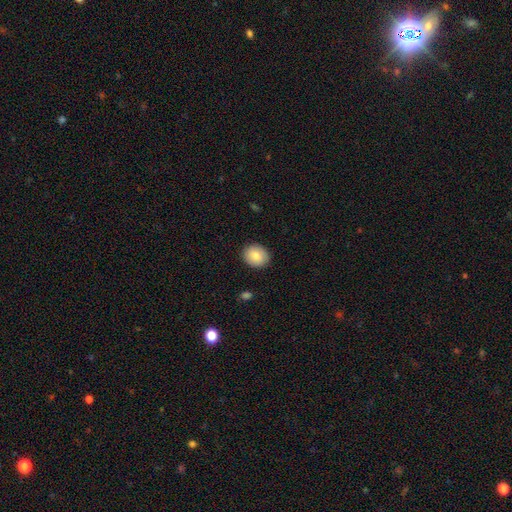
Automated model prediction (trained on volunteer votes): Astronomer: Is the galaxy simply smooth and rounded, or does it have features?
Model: smooth — 84%.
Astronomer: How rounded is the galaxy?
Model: round — 62% (runner-up: in between, 37%).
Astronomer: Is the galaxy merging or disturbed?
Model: none — 89%.